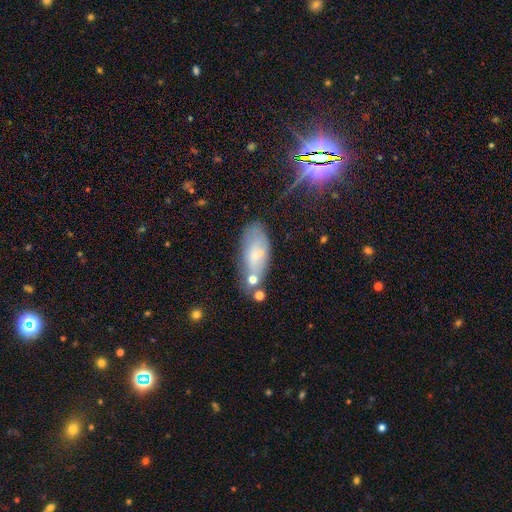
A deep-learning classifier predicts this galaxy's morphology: smooth 57%, featured or disk 29%, star or artifact 13%. Down the decision tree: how rounded — in between (84%); merging — none (57%).